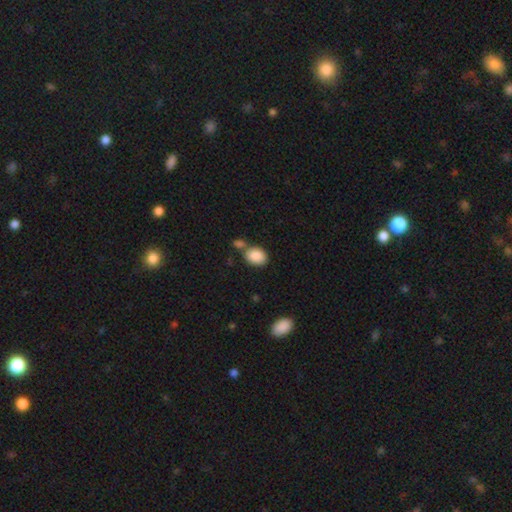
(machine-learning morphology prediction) A smooth galaxy with no disk features (88%) that is in between round and cigar-shaped (66%).

Vote fractions:
- Smooth or featured? smooth: 88% / star or artifact: 7% / featured or disk: 5%
- How rounded? in between: 66% / round: 33% / cigar-shaped: 1%
- Merging? none: 58% / merger: 24% / minor disturbance: 14% / major disturbance: 4%